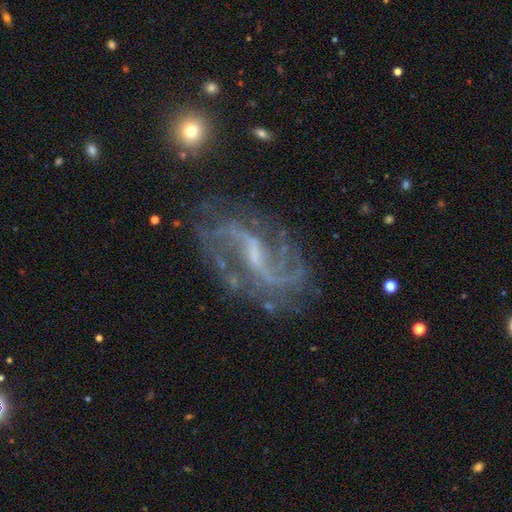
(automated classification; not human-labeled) Smooth or featured? featured or disk (88%)
Edge-on disk? no (97%)
Bar? weak (51%)
Spiral arms? yes (96%)
Spiral winding? loose (50%)
Spiral arm count? 2 (79%)
Bulge size? small (54%)
Merging? none (68%)